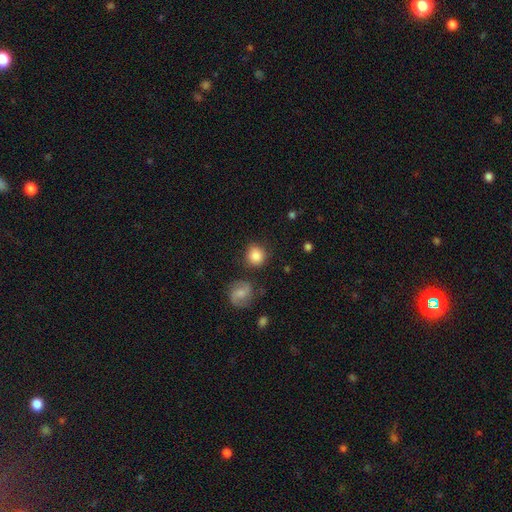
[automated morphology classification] A smooth galaxy with no disk features (84%) that is round (90%). Merging: none (80%).